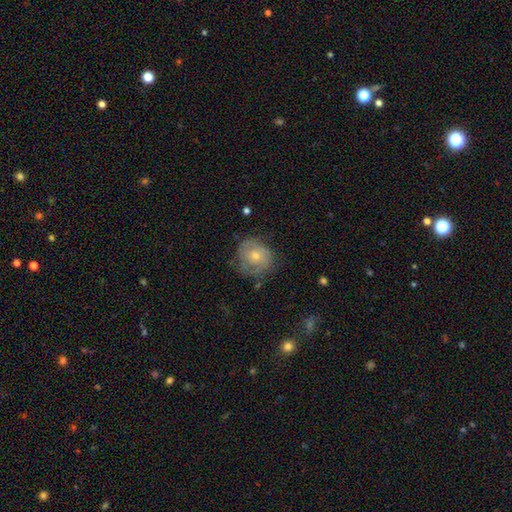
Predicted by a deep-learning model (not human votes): A featured or disk galaxy (56%) with no bar (82%), spiral arms (75%) and a small central bulge (49%). Merging: none (69%).